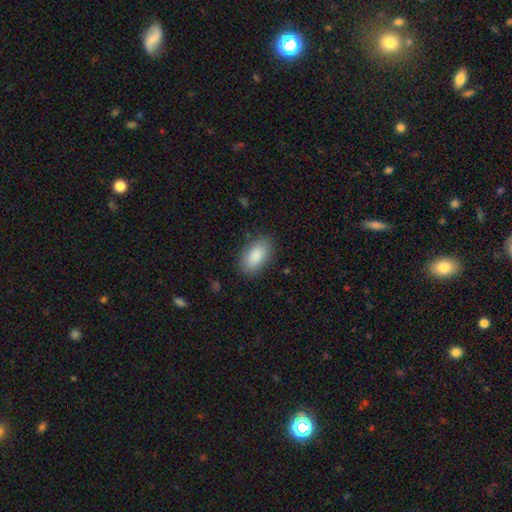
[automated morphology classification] This is clearly a smooth galaxy (88%). How rounded: clearly in between (93%). Merging: clearly none (84%).